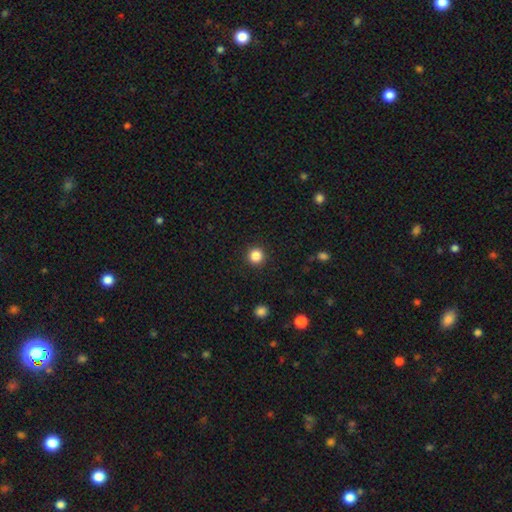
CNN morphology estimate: type=smooth (86%); roundness=round (94%); merging=none (92%).